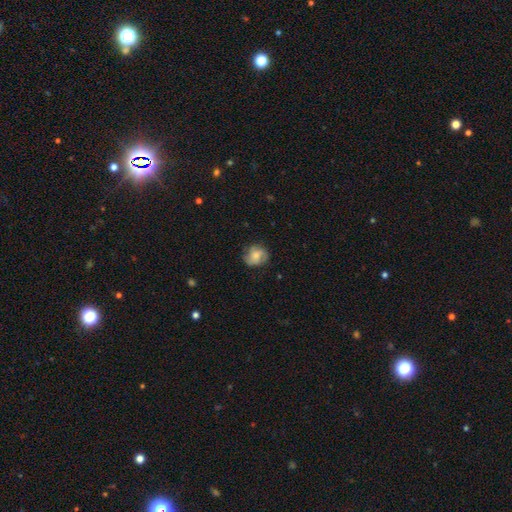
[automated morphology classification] Smooth or featured?
  - smooth: 57% *
  - featured or disk: 35%
  - star or artifact: 8%
How rounded?
  - round: 73% *
  - in between: 26%
  - cigar-shaped: 1%
Merging?
  - none: 74% *
  - minor disturbance: 19%
  - major disturbance: 6%
  - merger: 1%